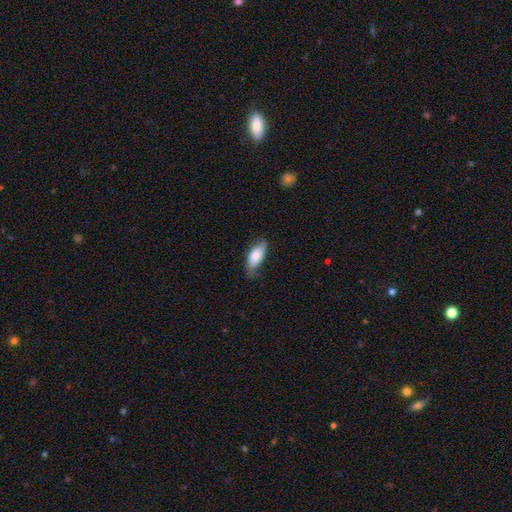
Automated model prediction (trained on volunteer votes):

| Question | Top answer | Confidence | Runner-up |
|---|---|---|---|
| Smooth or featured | smooth | 80% | featured or disk (14%) |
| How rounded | in between | 84% | cigar-shaped (14%) |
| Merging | none | 59% | minor disturbance (32%) |